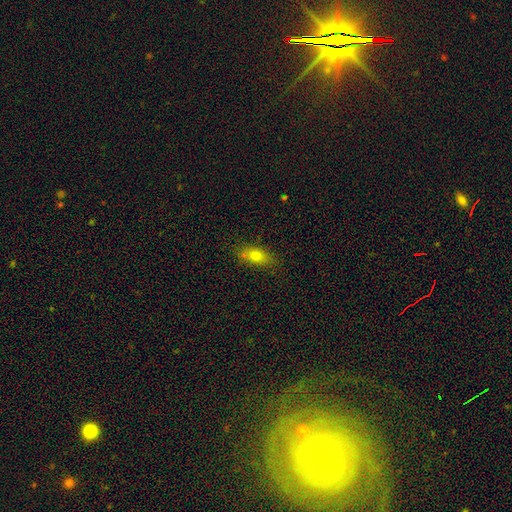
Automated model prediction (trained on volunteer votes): Smooth or featured?
  - smooth: 76% *
  - featured or disk: 14%
  - star or artifact: 10%
How rounded?
  - in between: 80% *
  - cigar-shaped: 11%
  - round: 9%
Merging?
  - none: 78% *
  - minor disturbance: 16%
  - major disturbance: 4%
  - merger: 3%